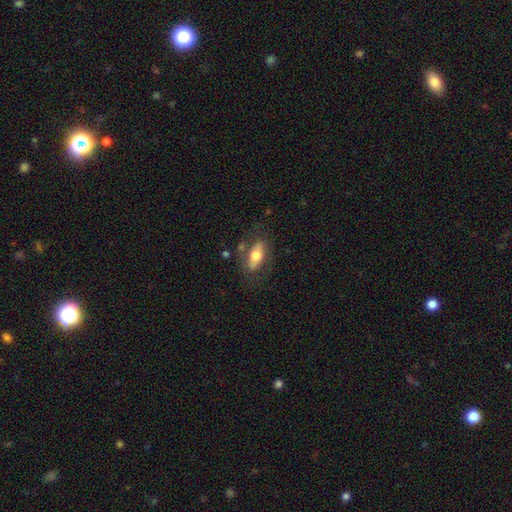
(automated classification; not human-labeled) Overall: smooth (61%; featured or disk 33%). How rounded: in between (84%). Merging: none (69%).